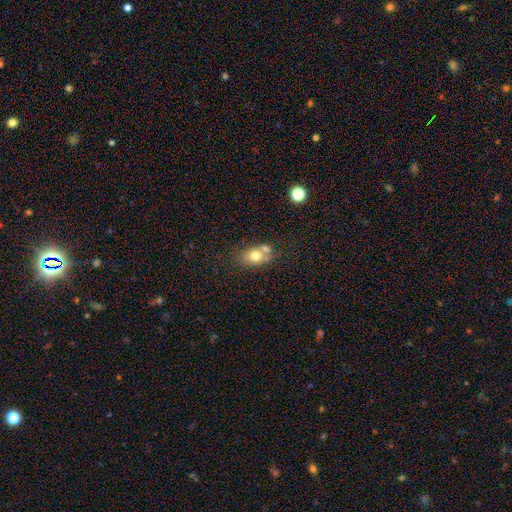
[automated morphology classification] Overall: smooth (72%). How rounded: in between (66%; round 32%). Merging: none (45%; merger 36%).